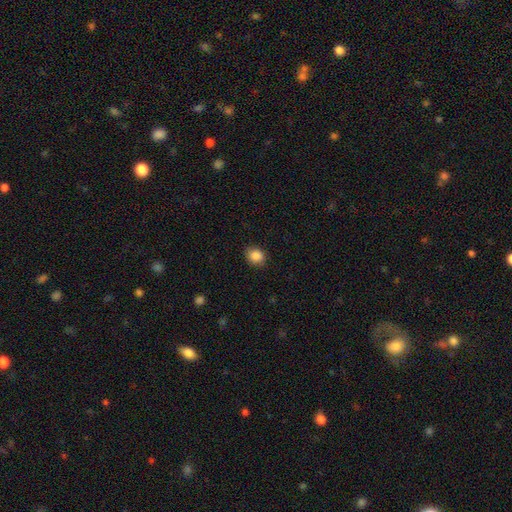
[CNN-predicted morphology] smooth 88%, star or artifact 9%, featured or disk 4%. Down the decision tree: how rounded — round (61%); merging — none (84%).